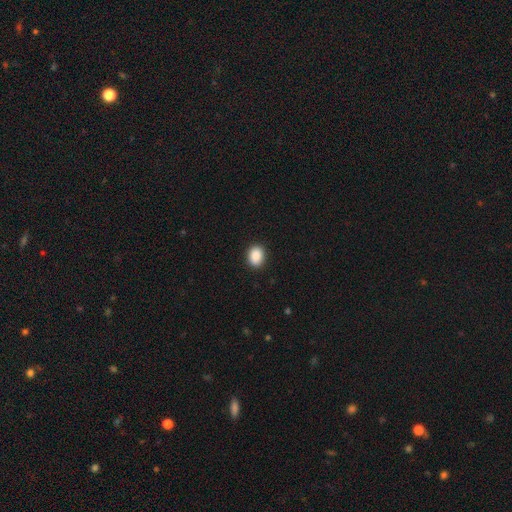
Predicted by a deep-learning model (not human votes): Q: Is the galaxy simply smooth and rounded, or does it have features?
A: smooth — 89%.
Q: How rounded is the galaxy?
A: in between — 63%.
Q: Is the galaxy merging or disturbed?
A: none — 90%.